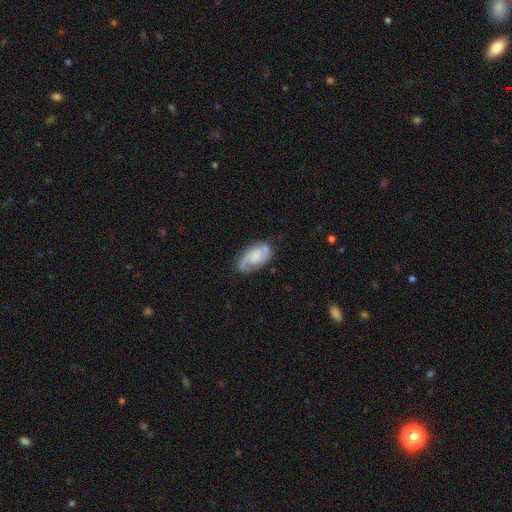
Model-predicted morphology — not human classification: featured or disk 71%, smooth 23%, star or artifact 6%. Down the decision tree: edge-on disk — no (96%); bar — no (62%); spiral arms — yes (93%); spiral arm count — 2 (75%); spiral winding — medium (46%); bulge size — small (34%, tied with none); merging — none (68%).